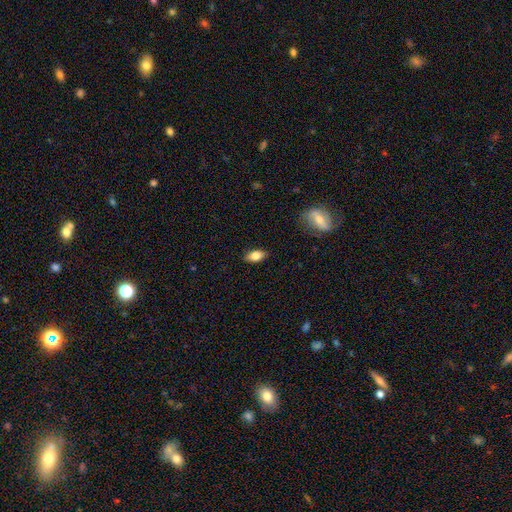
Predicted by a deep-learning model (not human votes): Morphology: type=smooth (79%); roundness=in between (88%); merging=none (86%).